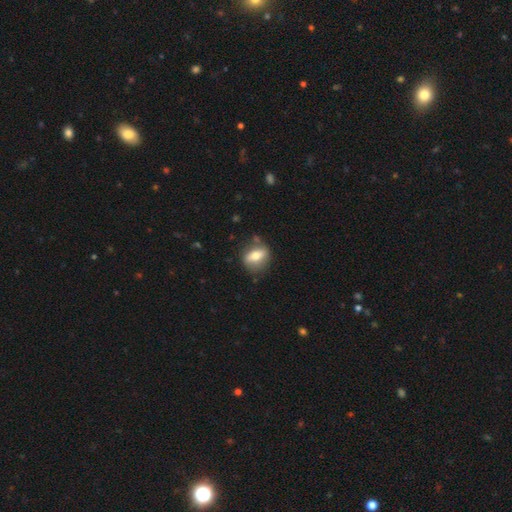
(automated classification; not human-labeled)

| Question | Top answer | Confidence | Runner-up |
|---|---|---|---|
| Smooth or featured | smooth | 57% | featured or disk (36%) |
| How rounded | in between | 54% | round (40%) |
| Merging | none | 75% | minor disturbance (16%) |